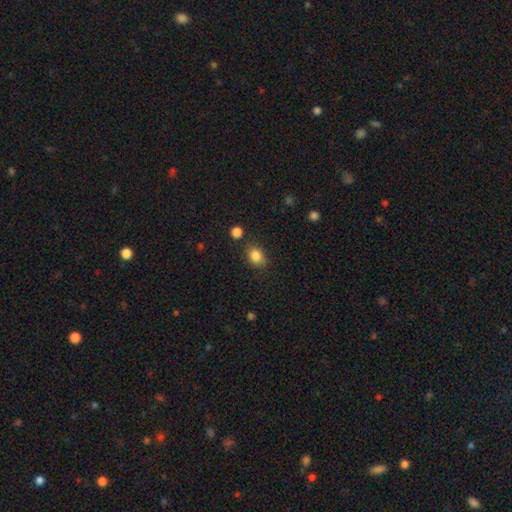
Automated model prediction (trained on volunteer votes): smooth 84%, star or artifact 10%, featured or disk 6%. Down the decision tree: how rounded — in between (55%); merging — none (78%).